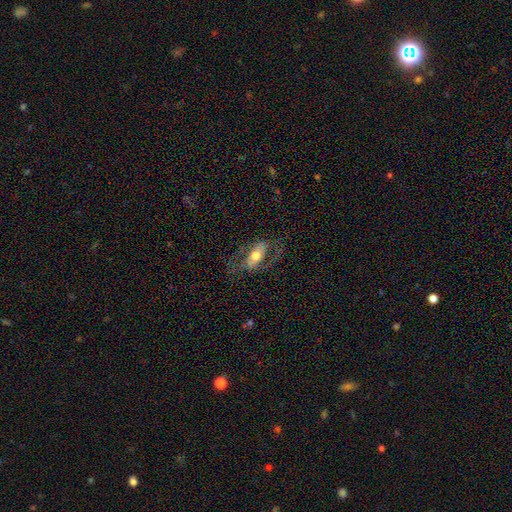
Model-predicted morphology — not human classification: Smooth or featured: featured or disk — 66% (smooth — 28%)
Edge-on disk: no — 86% (yes — 14%)
Bar: no — 35% (tied with strong — 35%)
Spiral arms: yes — 73% (no — 27%)
Bulge size: moderate — 66% (large — 18%)
Merging: none — 64% (major disturbance — 18%)